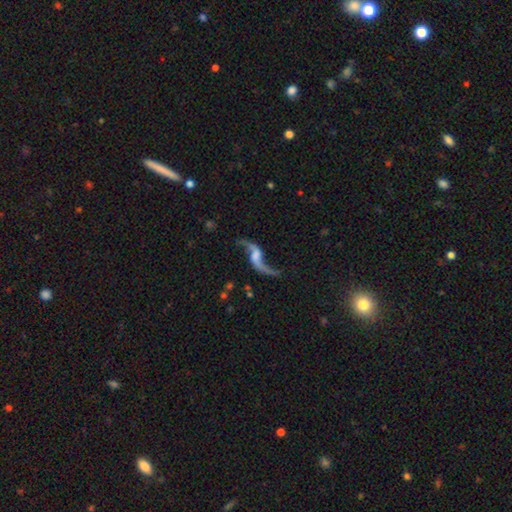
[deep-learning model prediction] smooth_or_featured: featured or disk (p=0.89) [alt: star or artifact p=0.06]
disk_edge_on: no (p=0.94) [alt: yes p=0.06]
bar: no (p=0.42) [tied with: weak p=0.42]
has_spiral_arms: yes (p=0.96) [alt: no p=0.04]
spiral_winding: loose (p=0.95) [alt: medium p=0.04]
spiral_arm_count: 2 (p=0.93) [alt: 1 p=0.03]
bulge_size: none (p=0.30) [tied with: small p=0.30]
merging: none (p=0.70) [alt: minor disturbance p=0.15]